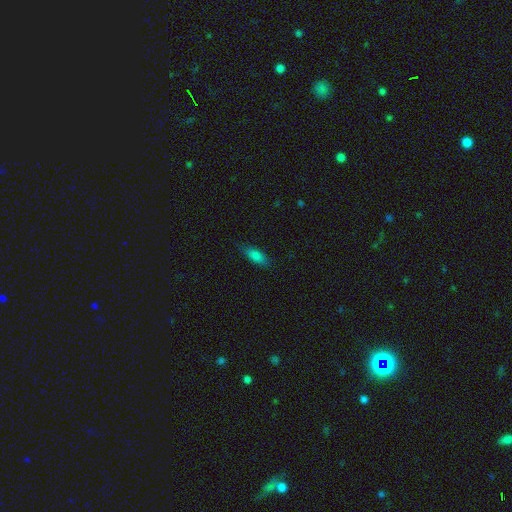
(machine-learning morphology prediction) Smooth or featured? smooth (80%)
How rounded? in between (66%)
Merging? none (84%)